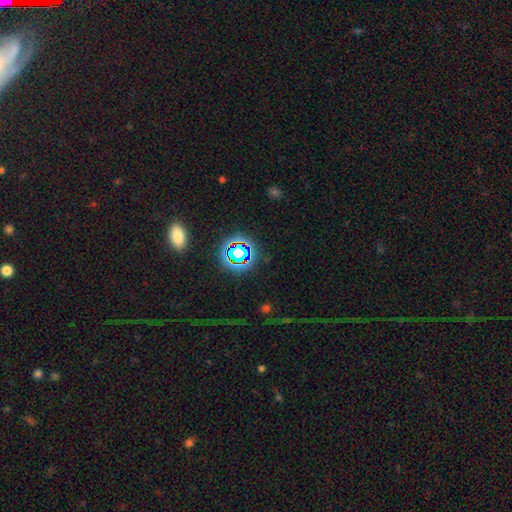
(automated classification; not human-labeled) Q: Smooth or featured?
A: star or artifact (64%); runner-up: smooth (28%)